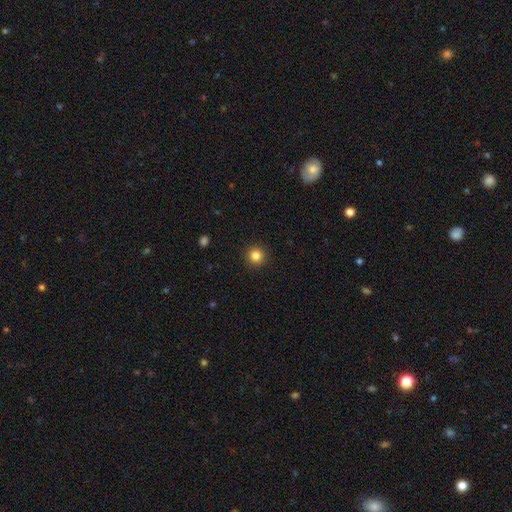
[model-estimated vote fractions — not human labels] A smooth galaxy with no disk features (84%) that is round (95%).

Vote fractions:
- Smooth or featured? smooth: 84% / star or artifact: 12% / featured or disk: 5%
- How rounded? round: 95% / in between: 4% / cigar-shaped: 1%
- Merging? none: 92% / minor disturbance: 5% / major disturbance: 2% / merger: 1%